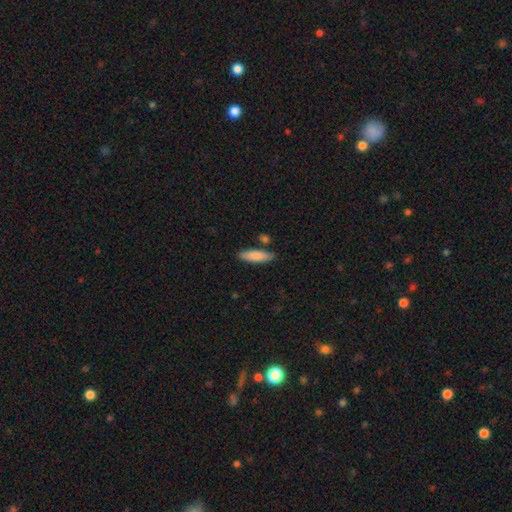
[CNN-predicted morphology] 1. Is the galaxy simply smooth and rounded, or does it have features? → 84% smooth, 11% featured or disk, 6% star or artifact.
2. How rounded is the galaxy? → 58% cigar-shaped, 40% in between, 2% round.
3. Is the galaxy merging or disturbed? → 82% none, 11% minor disturbance, 5% merger, 2% major disturbance.